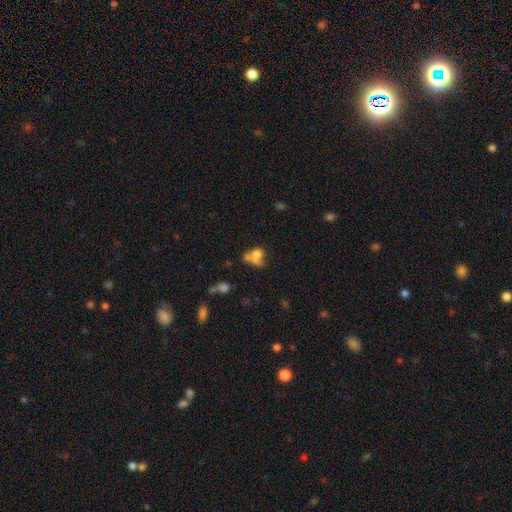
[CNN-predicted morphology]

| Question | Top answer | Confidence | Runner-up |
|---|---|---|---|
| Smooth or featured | smooth | 66% | featured or disk (20%) |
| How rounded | round | 53% | in between (45%) |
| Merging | merger | 43% | none (26%) |